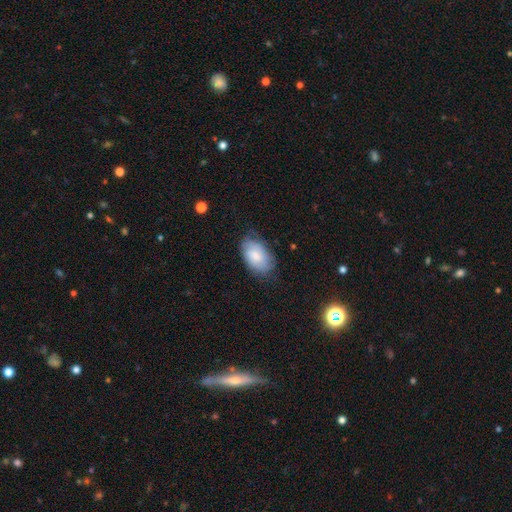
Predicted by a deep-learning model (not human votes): Q: Smooth or featured?
A: smooth (70%); runner-up: featured or disk (24%)
Q: How rounded?
A: in between (92%); runner-up: round (7%)
Q: Merging?
A: none (68%); runner-up: minor disturbance (25%)